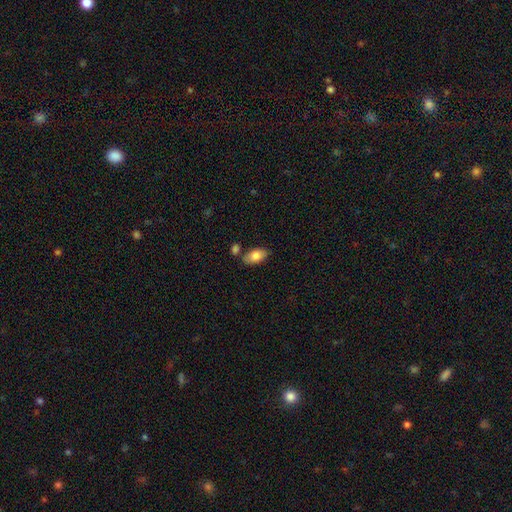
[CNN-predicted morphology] Q: Smooth or featured?
A: smooth (83%); runner-up: featured or disk (11%)
Q: How rounded?
A: in between (94%); runner-up: round (4%)
Q: Merging?
A: none (74%); runner-up: minor disturbance (13%)